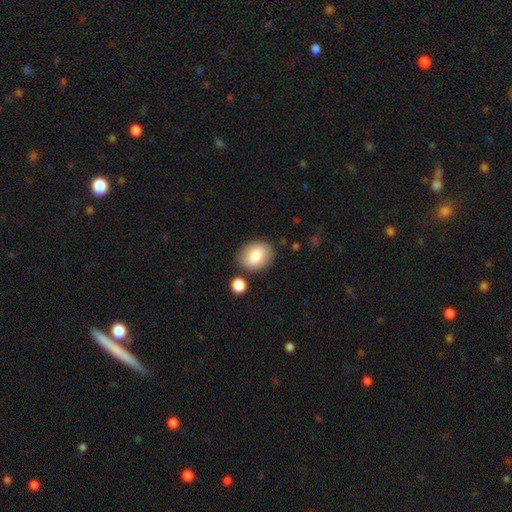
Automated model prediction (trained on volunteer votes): Smooth or featured: smooth — 82% (featured or disk — 11%)
How rounded: in between — 63% (round — 36%)
Merging: none — 79% (minor disturbance — 12%)